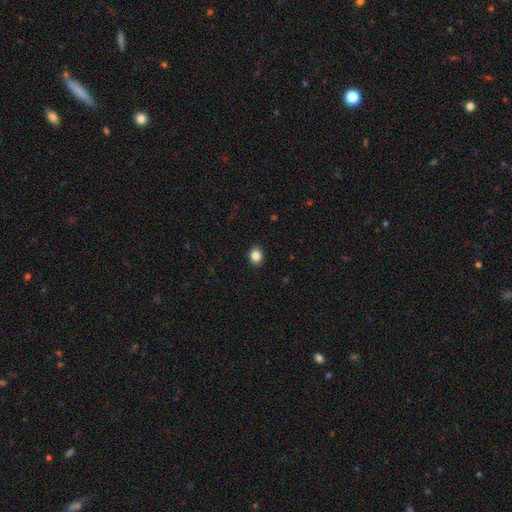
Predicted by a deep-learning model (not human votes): Q: Smooth or featured?
A: smooth (85%); runner-up: star or artifact (10%)
Q: How rounded?
A: round (51%); runner-up: in between (48%)
Q: Merging?
A: none (91%); runner-up: minor disturbance (7%)